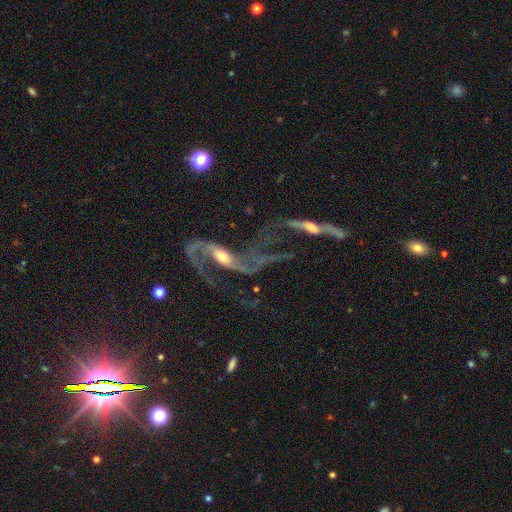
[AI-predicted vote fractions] Smooth or featured?
  - featured or disk: 81% *
  - star or artifact: 13%
  - smooth: 6%
Edge-on disk?
  - no: 88% *
  - yes: 12%
Bar?
  - no: 41% *
  - weak: 34%
  - strong: 25%
Spiral arms?
  - yes: 88% *
  - no: 12%
Spiral winding?
  - loose: 67% *
  - medium: 25%
  - tight: 8%
Spiral arm count?
  - 2: 74% *
  - 1: 9%
  - can't tell: 8%
  - 3: 4%
  - 4: 3%
  - more than 4: 3%
Bulge size?
  - moderate: 49% *
  - small: 40%
  - none: 5%
  - large: 4%
  - dominant: 2%
Merging?
  - major disturbance: 34% *
  - none: 27%
  - merger: 26%
  - minor disturbance: 13%